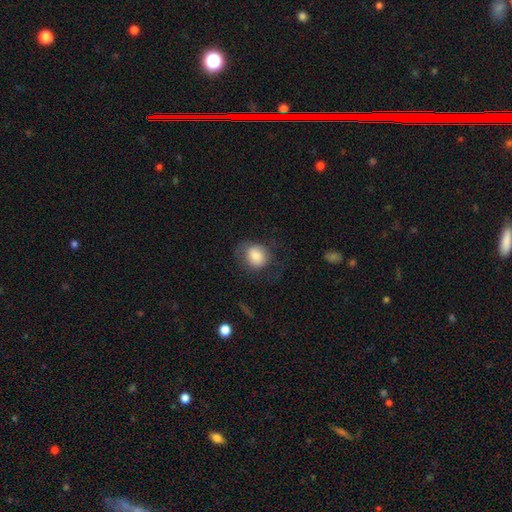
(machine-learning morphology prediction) This is likely a smooth galaxy (78%). How rounded: likely round (70%). Merging: possibly none (59%).